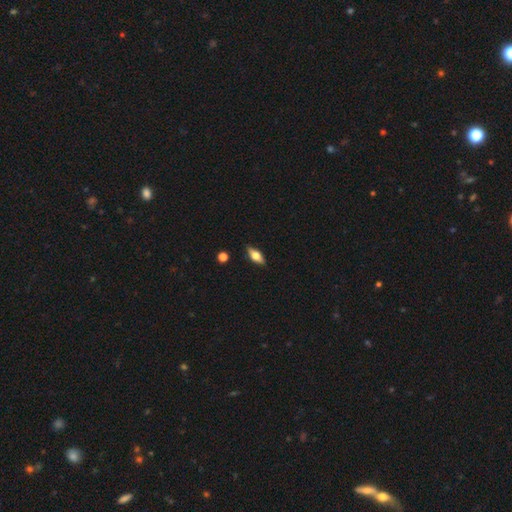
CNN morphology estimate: This is possibly a smooth galaxy (53%). How rounded: likely in between (76%). Merging: clearly none (87%).